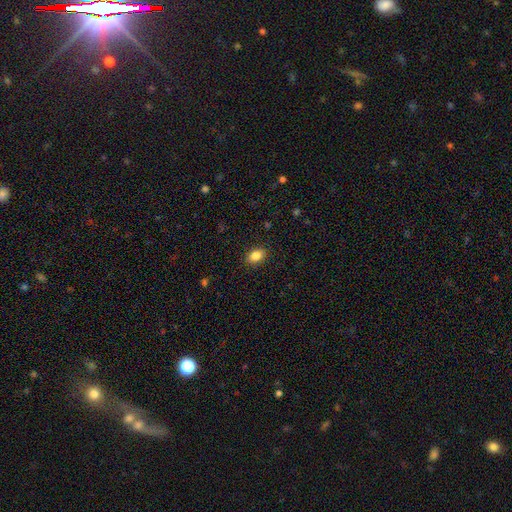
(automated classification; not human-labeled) smooth_or_featured: smooth (p=0.86) [alt: star or artifact p=0.09]
how_rounded: in between (p=0.81) [alt: round p=0.17]
merging: none (p=0.89) [alt: minor disturbance p=0.08]